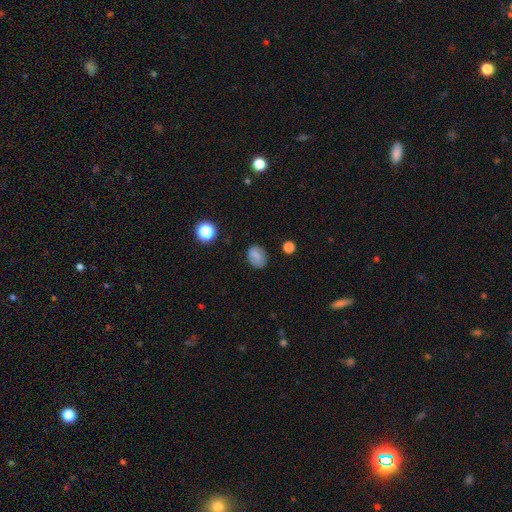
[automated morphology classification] Smooth or featured? smooth (75%)
How rounded? in between (63%)
Merging? none (74%)